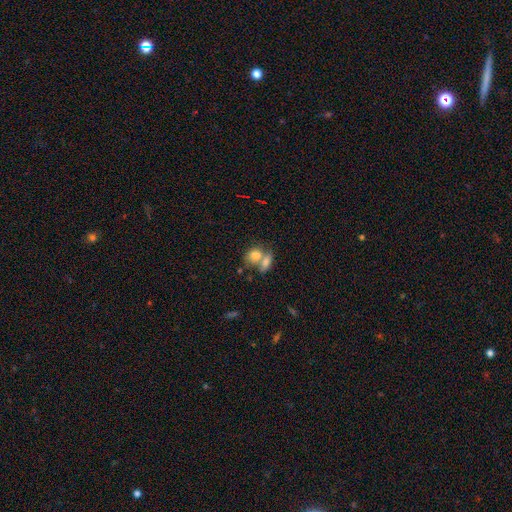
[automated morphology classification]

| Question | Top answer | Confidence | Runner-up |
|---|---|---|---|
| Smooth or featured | smooth | 79% | featured or disk (13%) |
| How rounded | in between | 62% | round (35%) |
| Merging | merger | 60% | none (27%) |